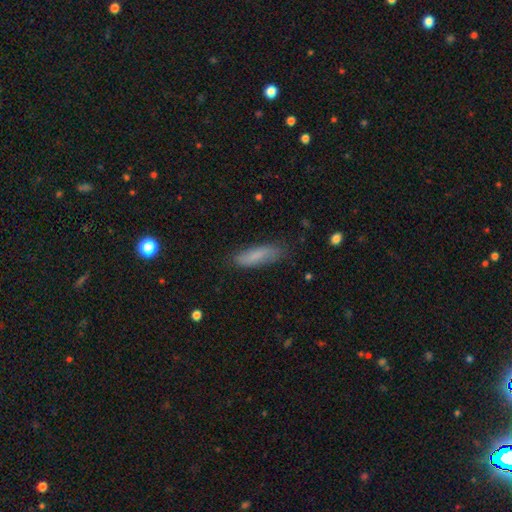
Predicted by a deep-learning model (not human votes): Smooth or featured?
  - smooth: 80% *
  - featured or disk: 13%
  - star or artifact: 7%
How rounded?
  - cigar-shaped: 57% *
  - in between: 42%
  - round: 2%
Merging?
  - none: 78% *
  - minor disturbance: 17%
  - major disturbance: 4%
  - merger: 2%